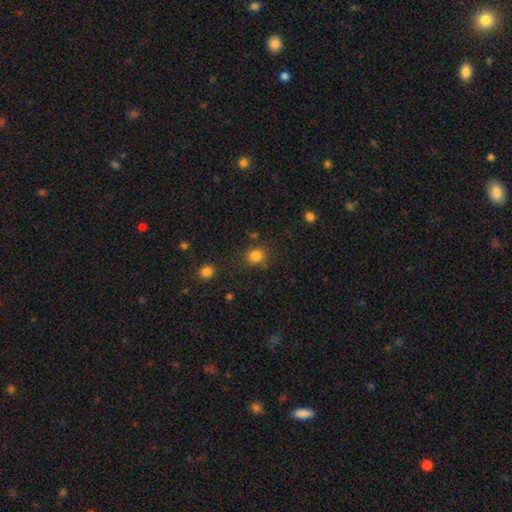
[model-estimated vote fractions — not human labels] smooth 82%, star or artifact 13%, featured or disk 5%. Down the decision tree: how rounded — round (78%); merging — none (80%).